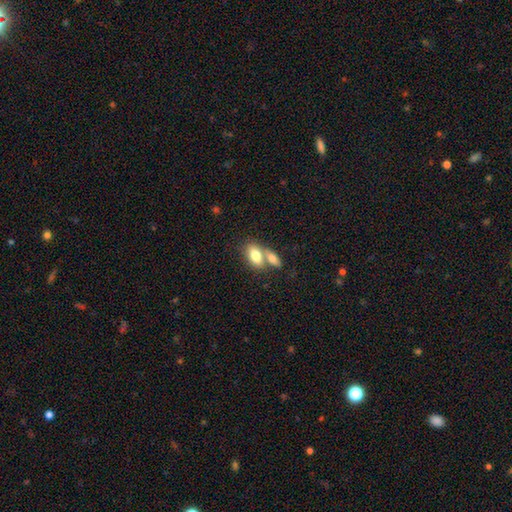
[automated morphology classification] A smooth galaxy with no disk features (77%) that is in between round and cigar-shaped (89%).

Vote fractions:
- Smooth or featured? smooth: 77% / featured or disk: 16% / star or artifact: 6%
- How rounded? in between: 89% / round: 7% / cigar-shaped: 5%
- Merging? merger: 59% / none: 30% / minor disturbance: 8% / major disturbance: 3%